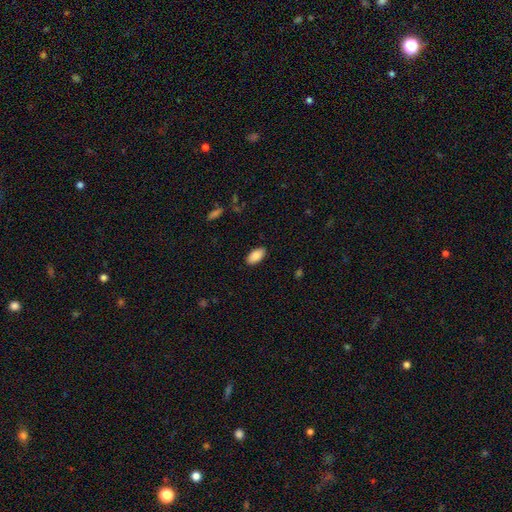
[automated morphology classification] This is clearly a smooth galaxy (88%). How rounded: clearly in between (95%). Merging: clearly none (88%).